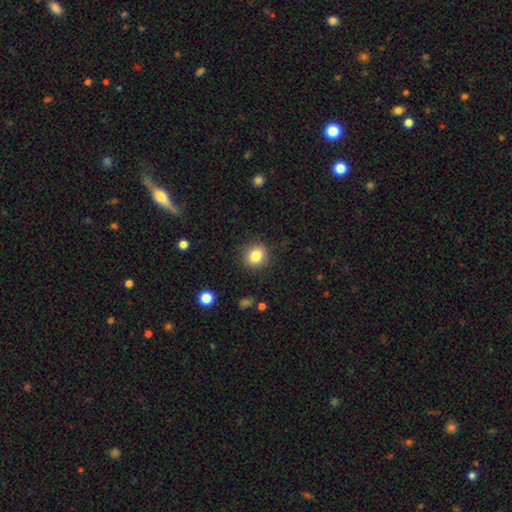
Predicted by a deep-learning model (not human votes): This appears to be a smooth galaxy with no disk features (83%) that is round (76%). Merging: none (89%).